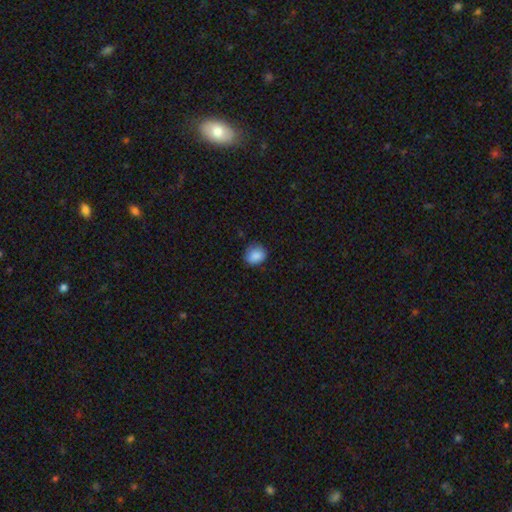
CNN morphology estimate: Smooth or featured?
  - smooth: 87% *
  - star or artifact: 8%
  - featured or disk: 5%
How rounded?
  - round: 72% *
  - in between: 27%
  - cigar-shaped: 1%
Merging?
  - none: 78% *
  - minor disturbance: 18%
  - major disturbance: 3%
  - merger: 1%